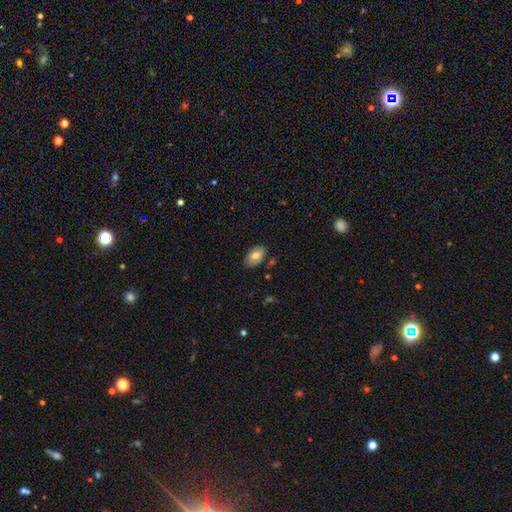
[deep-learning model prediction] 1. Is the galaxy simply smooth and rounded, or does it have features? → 74% smooth, 19% featured or disk, 7% star or artifact.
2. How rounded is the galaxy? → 93% in between, 5% round, 2% cigar-shaped.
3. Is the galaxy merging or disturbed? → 79% none, 15% minor disturbance, 3% major disturbance, 2% merger.